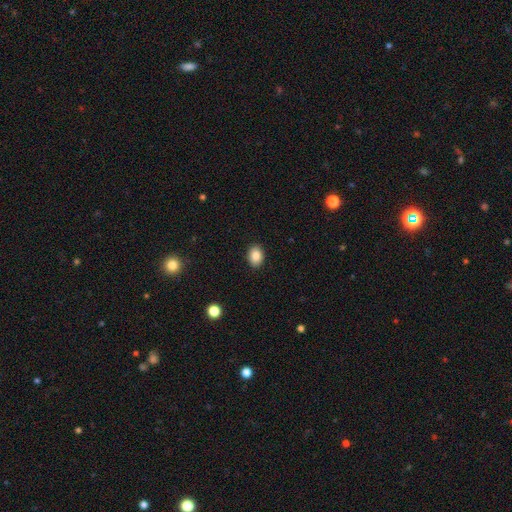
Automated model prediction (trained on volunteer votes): This is clearly a smooth galaxy (86%). How rounded: likely in between (69%). Merging: clearly none (90%).